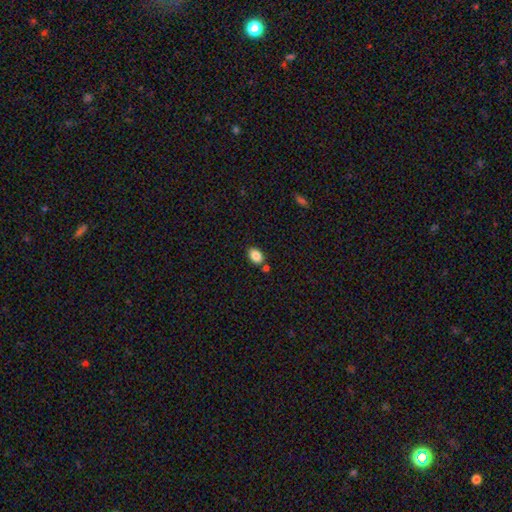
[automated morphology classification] Overall: smooth (86%). How rounded: in between (84%). Merging: none (78%).